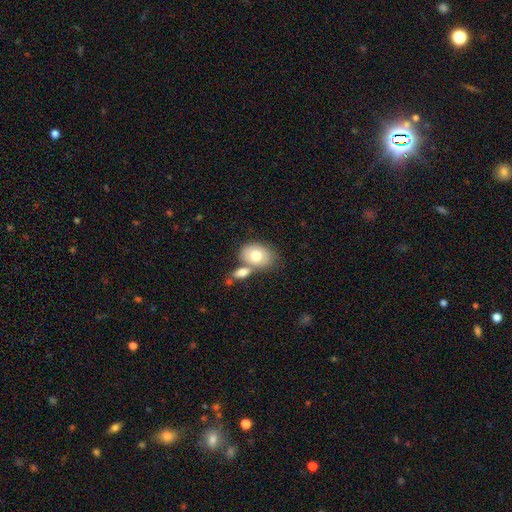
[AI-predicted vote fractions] The model was most divided on "merging": none: 46%, merger: 36%, minor disturbance: 13%, major disturbance: 5%. More confident: how rounded — in between (78%); smooth or featured — smooth (73%).